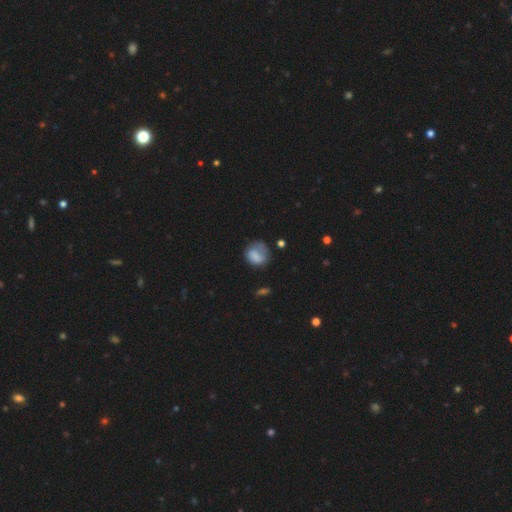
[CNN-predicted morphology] type=smooth (70%); roundness=round (68%); merging=none (48%).